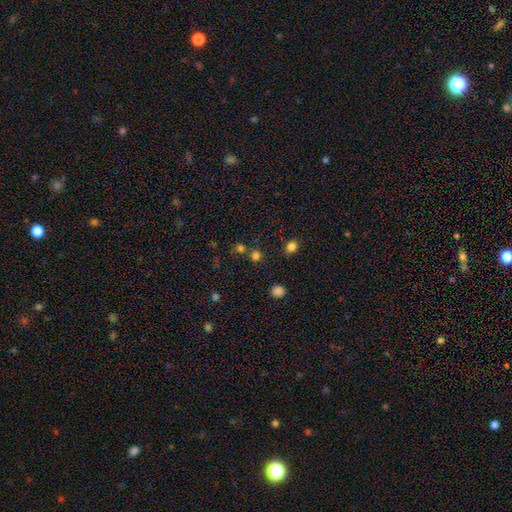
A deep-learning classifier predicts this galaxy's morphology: Smooth or featured: smooth — 73% (star or artifact — 22%)
How rounded: round — 85% (in between — 14%)
Merging: none — 72% (merger — 16%)